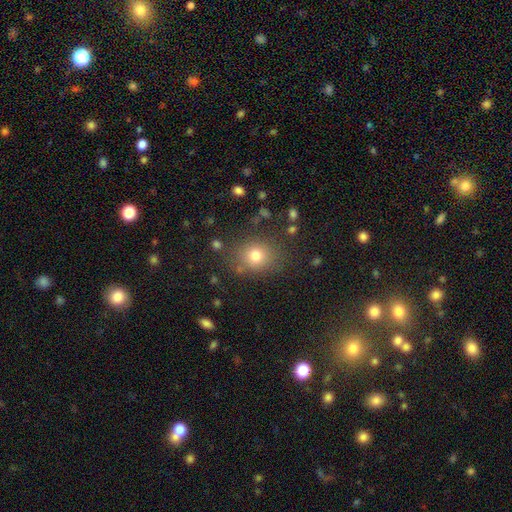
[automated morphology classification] This is likely a smooth galaxy (76%). How rounded: likely round (70%). Merging: likely none (80%).